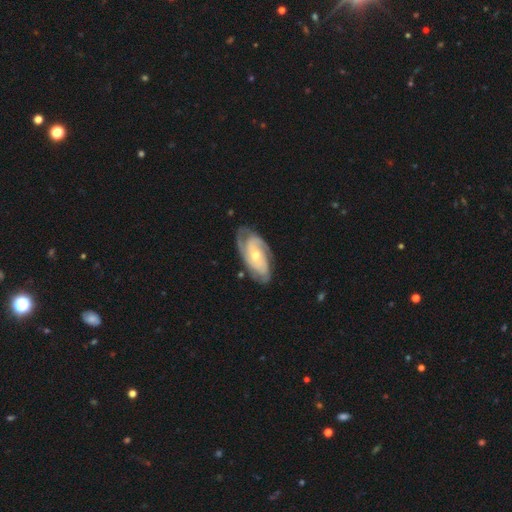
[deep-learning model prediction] Overall: featured or disk (83%). Edge-on disk: no (95%). Bar: no (70%). Spiral arms: yes (95%). Spiral arm count: 2 (36%; 3 29%). Spiral winding: tight (60%; medium 32%). Bulge size: moderate (49%; small 47%). Merging: none (72%).